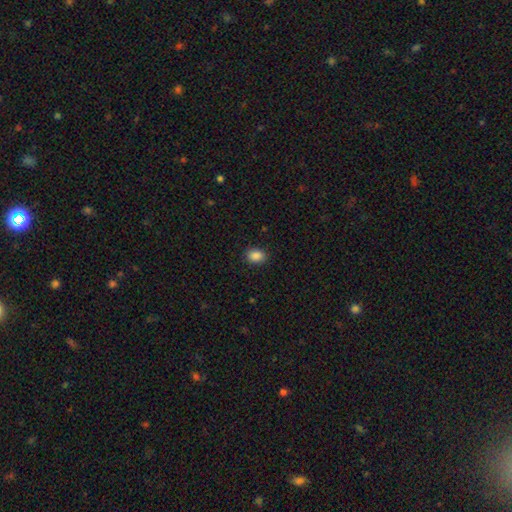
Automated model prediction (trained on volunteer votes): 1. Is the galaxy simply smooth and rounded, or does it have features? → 88% smooth, 9% star or artifact, 3% featured or disk.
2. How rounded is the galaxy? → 72% in between, 27% round, 1% cigar-shaped.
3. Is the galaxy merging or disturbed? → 88% none, 8% minor disturbance, 2% major disturbance, 1% merger.